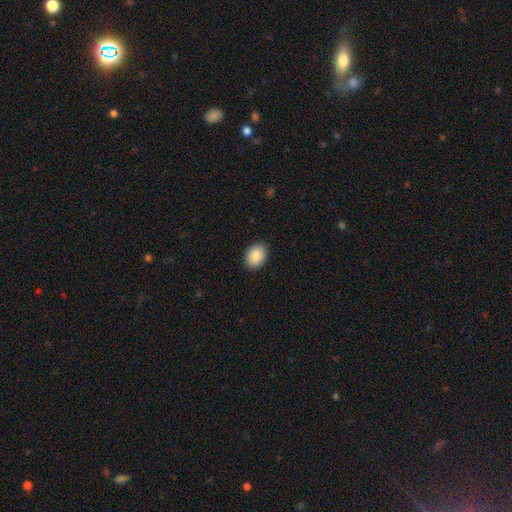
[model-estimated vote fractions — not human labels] The model was most divided on "how rounded": in between: 73%, round: 26%, cigar-shaped: 1%. More confident: merging — none (90%); smooth or featured — smooth (88%).